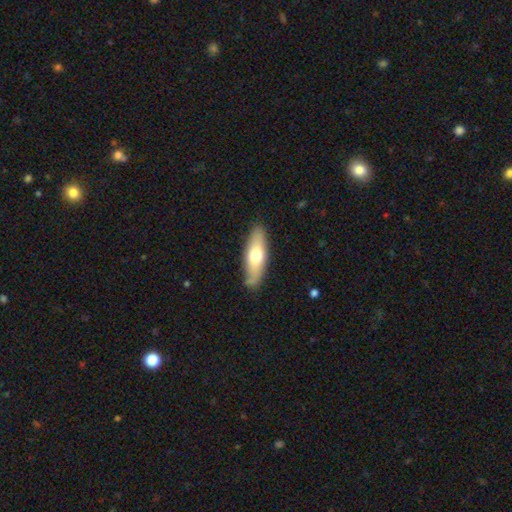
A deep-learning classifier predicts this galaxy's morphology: This is likely a smooth galaxy (60%). How rounded: possibly in between (54%). Merging: clearly none (82%).